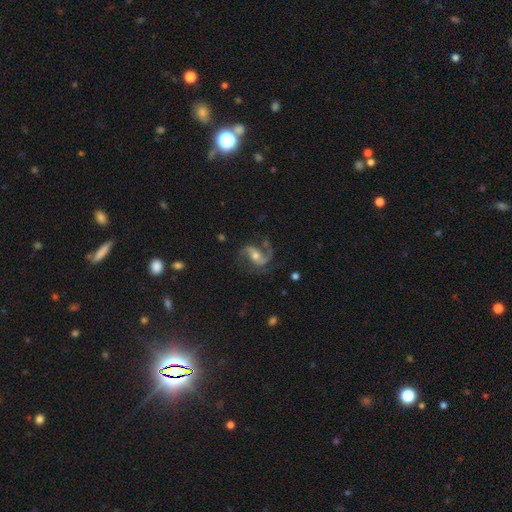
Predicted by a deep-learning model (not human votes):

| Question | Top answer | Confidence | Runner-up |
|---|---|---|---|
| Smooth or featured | featured or disk | 88% | smooth (6%) |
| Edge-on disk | no | 97% | yes (3%) |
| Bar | weak | 40% | no (34%) |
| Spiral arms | yes | 97% | no (3%) |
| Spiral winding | medium | 45% | tied: loose (45%) |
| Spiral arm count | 2 | 85% | 3 (4%) |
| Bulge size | moderate | 61% | small (32%) |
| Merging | none | 67% | minor disturbance (17%) |